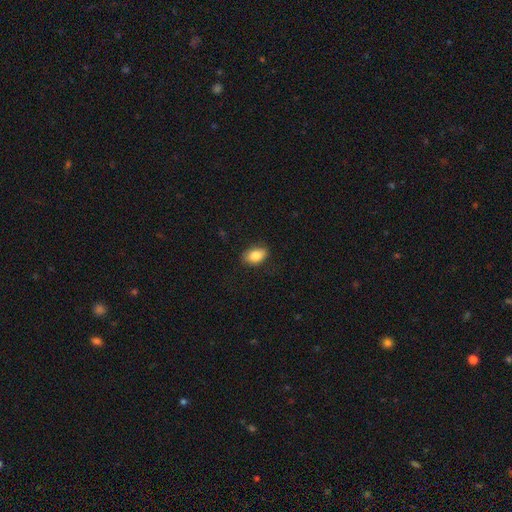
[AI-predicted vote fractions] Smooth or featured? Predicted: smooth (p=0.82). How rounded? Predicted: in between (p=0.87). Merging? Predicted: none (p=0.84).